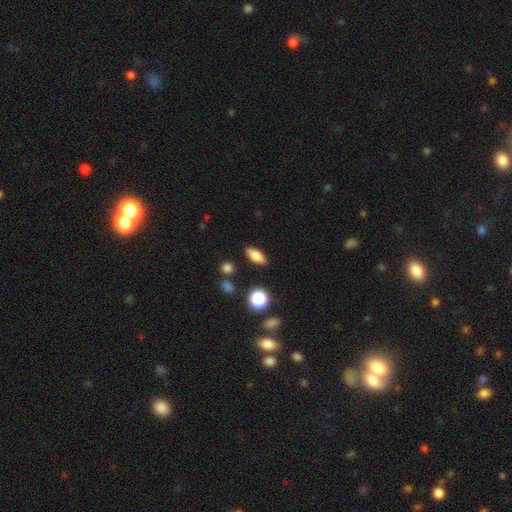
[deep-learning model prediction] A smooth galaxy with no disk features (75%) that is in between round and cigar-shaped (74%). Merging: none (86%).